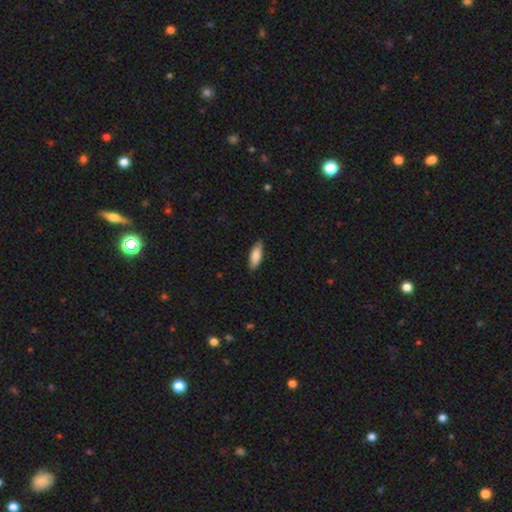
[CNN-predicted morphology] A smooth galaxy with no disk features (84%) that is in between round and cigar-shaped (65%). Merging: none (86%).